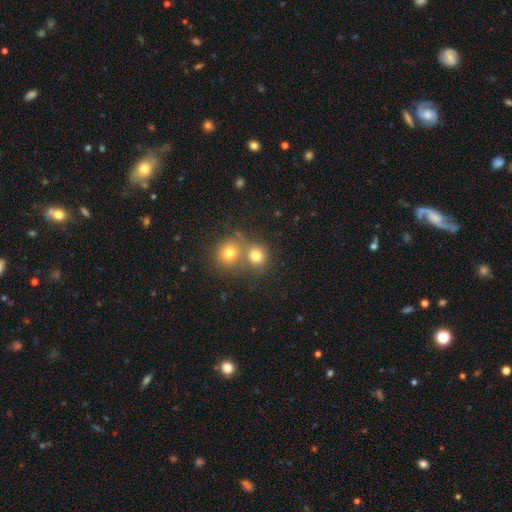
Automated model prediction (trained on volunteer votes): Q: Smooth or featured?
A: smooth (77%); runner-up: star or artifact (14%)
Q: How rounded?
A: round (83%); runner-up: in between (16%)
Q: Merging?
A: none (47%); runner-up: merger (43%)